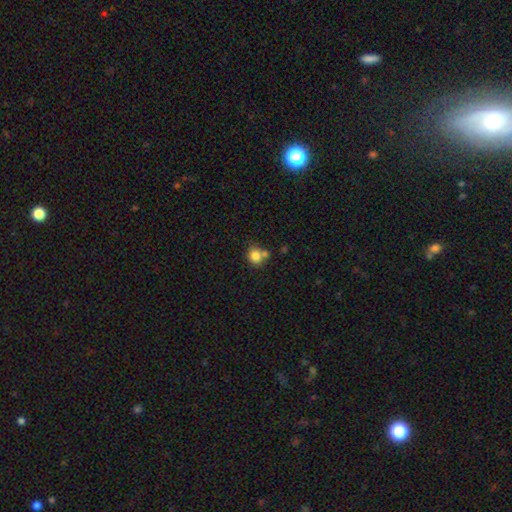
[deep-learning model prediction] Smooth or featured: smooth — 81% (star or artifact — 10%)
How rounded: round — 75% (in between — 24%)
Merging: none — 53% (merger — 30%)